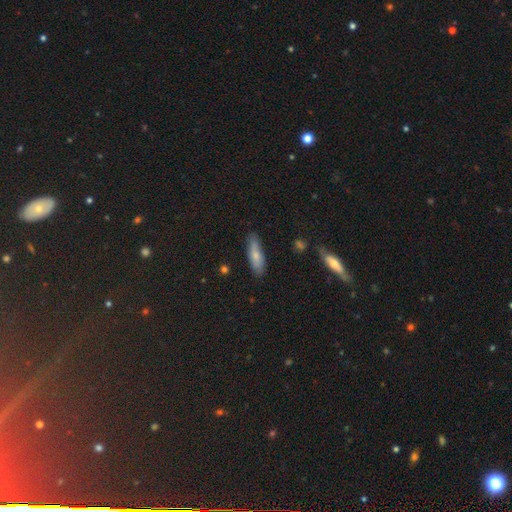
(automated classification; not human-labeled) Smooth or featured? smooth (73%)
How rounded? cigar-shaped (54%)
Merging? none (82%)